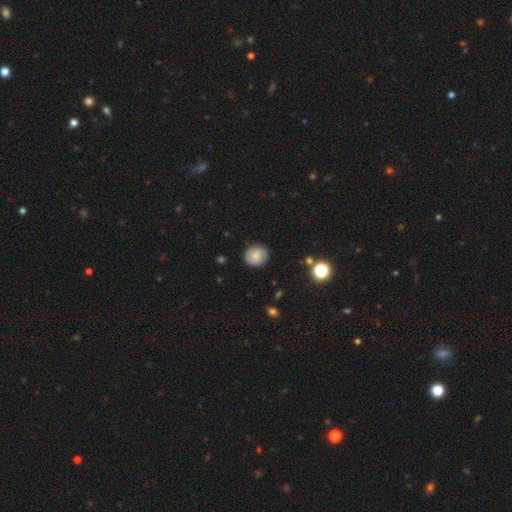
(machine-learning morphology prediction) Overall: smooth (76%). How rounded: round (82%). Merging: none (87%).